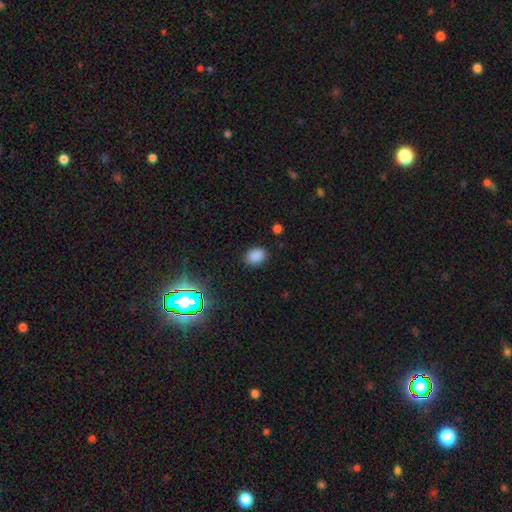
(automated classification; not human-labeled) The model was most divided on "how rounded": in between: 69%, round: 30%, cigar-shaped: 1%. More confident: merging — none (86%); smooth or featured — smooth (84%).